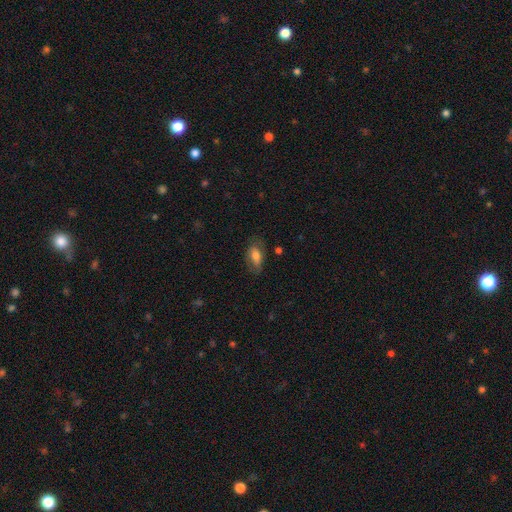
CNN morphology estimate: Smooth or featured? smooth (66%)
How rounded? in between (87%)
Merging? none (66%)